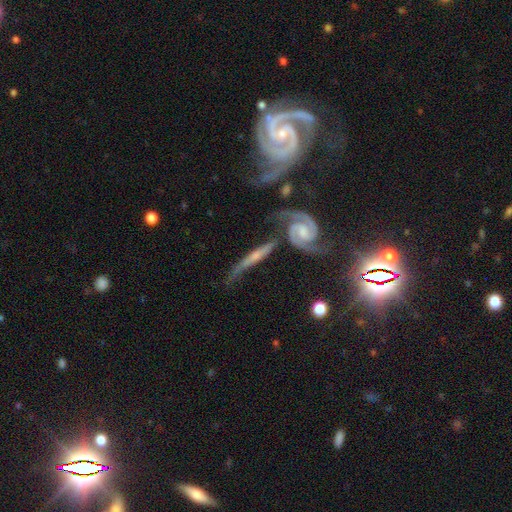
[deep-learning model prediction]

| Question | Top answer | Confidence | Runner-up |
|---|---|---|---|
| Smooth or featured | featured or disk | 76% | smooth (15%) |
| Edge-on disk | yes | 52% | no (48%) |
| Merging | none | 46% | minor disturbance (21%) |